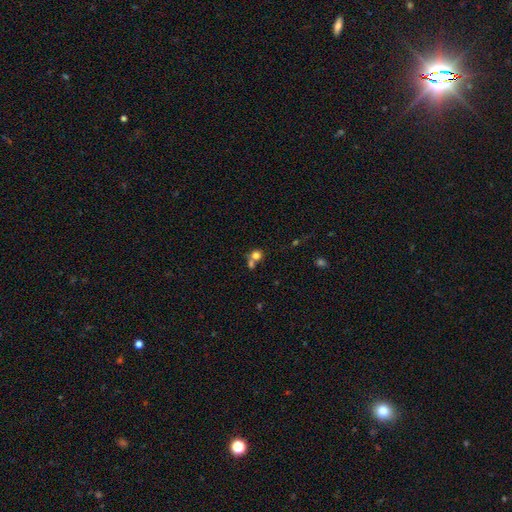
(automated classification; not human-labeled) Morphology: type=smooth (75%); roundness=round (82%); merging=merger (47%).